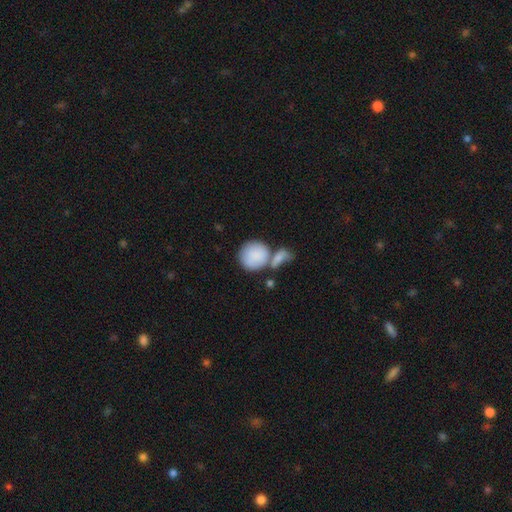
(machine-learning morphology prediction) type=smooth (83%); roundness=round (84%); merging=none (41%).